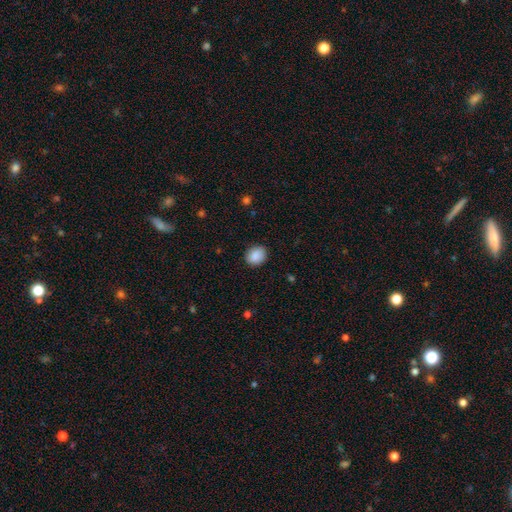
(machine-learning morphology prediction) Smooth or featured? smooth (89%)
How rounded? round (65%)
Merging? none (88%)